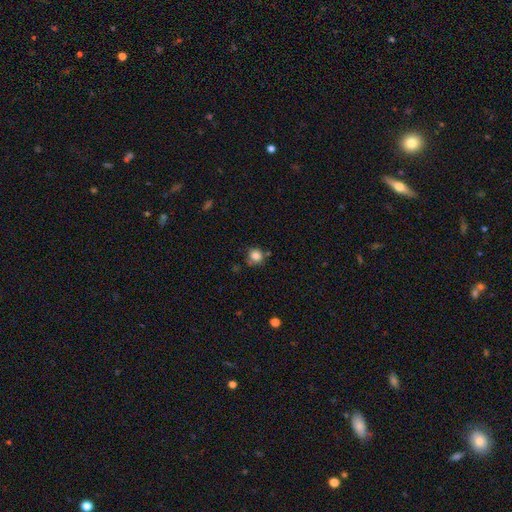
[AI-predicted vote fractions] Smooth or featured?
  - smooth: 84% *
  - star or artifact: 11%
  - featured or disk: 5%
How rounded?
  - round: 86% *
  - in between: 13%
  - cigar-shaped: 1%
Merging?
  - none: 71% *
  - minor disturbance: 18%
  - merger: 7%
  - major disturbance: 5%